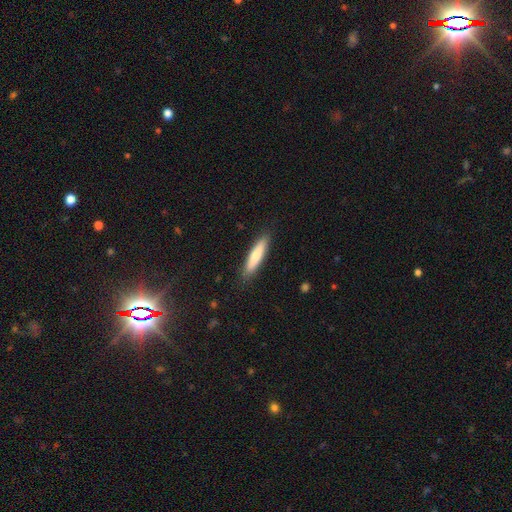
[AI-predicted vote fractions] This appears to be a smooth galaxy with no disk features (78%) that is cigar-shaped (82%). Merging: none (87%).